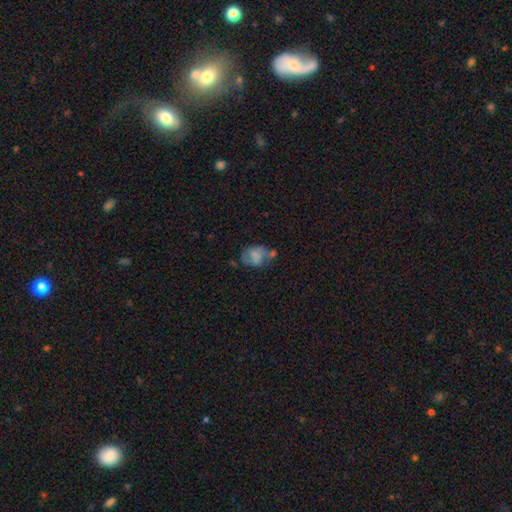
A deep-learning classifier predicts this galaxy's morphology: This appears to be a smooth galaxy with no disk features (59%) that is in between round and cigar-shaped (66%). Merging: none (34%).